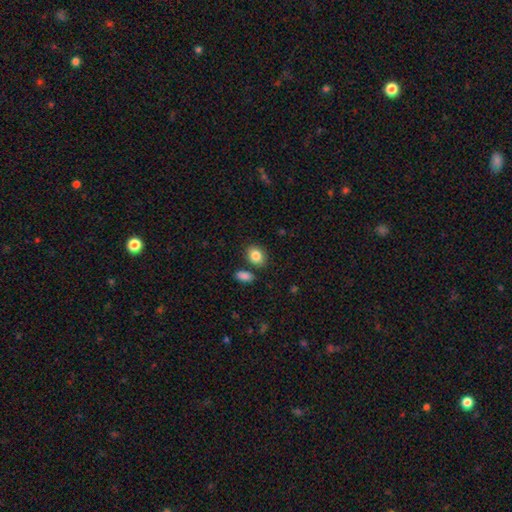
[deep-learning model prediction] This appears to be a smooth galaxy with no disk features (86%) that is in between round and cigar-shaped (69%). Merging: none (79%).